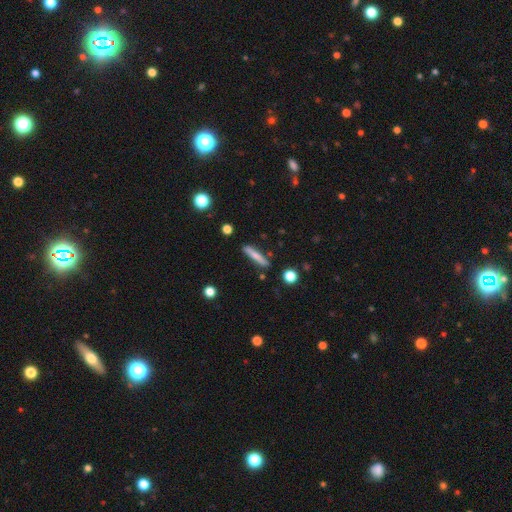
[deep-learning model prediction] Smooth or featured? Predicted: smooth (p=0.70). How rounded? Predicted: cigar-shaped (p=0.91). Merging? Predicted: none (p=0.86).